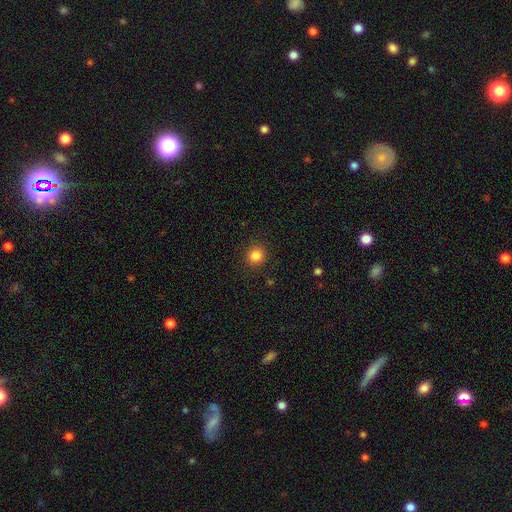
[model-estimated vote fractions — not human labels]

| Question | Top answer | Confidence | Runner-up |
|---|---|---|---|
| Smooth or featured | smooth | 85% | star or artifact (11%) |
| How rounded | round | 89% | in between (10%) |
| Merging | none | 90% | minor disturbance (6%) |